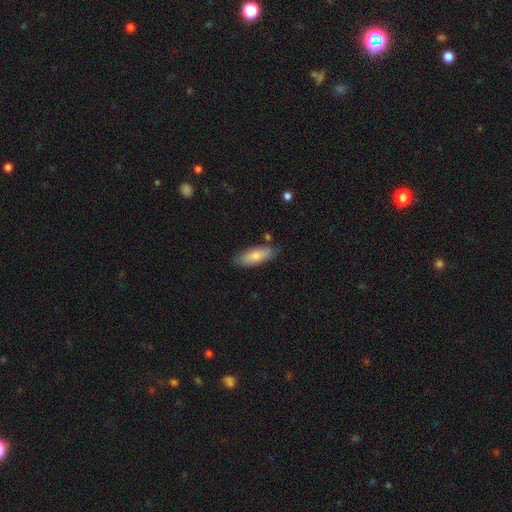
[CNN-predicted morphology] This appears to be a smooth galaxy with no disk features (79%) that is in between round and cigar-shaped (70%). Merging: none (79%).